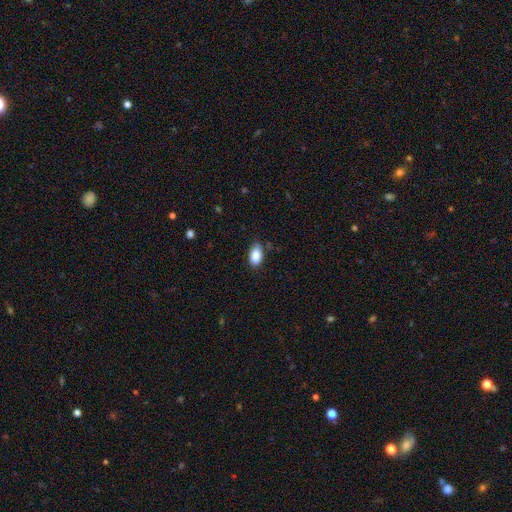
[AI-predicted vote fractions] A smooth galaxy with no disk features (88%) that is in between round and cigar-shaped (93%).

Vote fractions:
- Smooth or featured? smooth: 88% / star or artifact: 7% / featured or disk: 4%
- How rounded? in between: 93% / round: 5% / cigar-shaped: 2%
- Merging? none: 81% / minor disturbance: 15% / major disturbance: 3% / merger: 1%